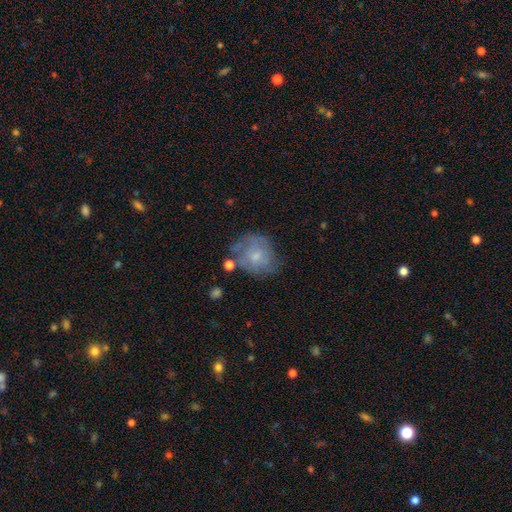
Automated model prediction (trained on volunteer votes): A featured or disk galaxy (47%).

Vote fractions:
- Smooth or featured? featured or disk: 47% / smooth: 45% / star or artifact: 8%
- Merging? none: 51% / minor disturbance: 27% / major disturbance: 15% / merger: 7%